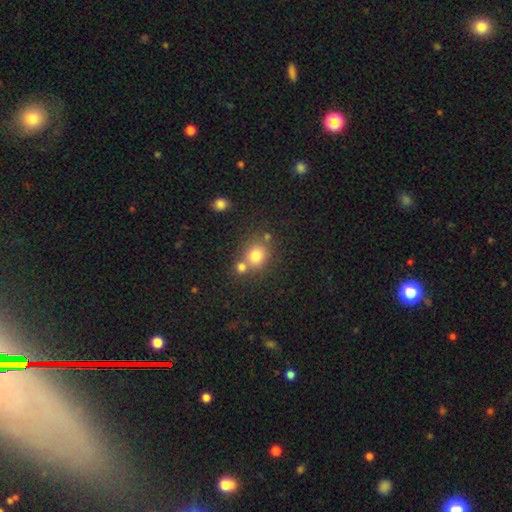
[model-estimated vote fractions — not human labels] The model was most divided on "merging": none: 54%, merger: 34%, minor disturbance: 9%, major disturbance: 4%. More confident: how rounded — round (79%); smooth or featured — smooth (76%).